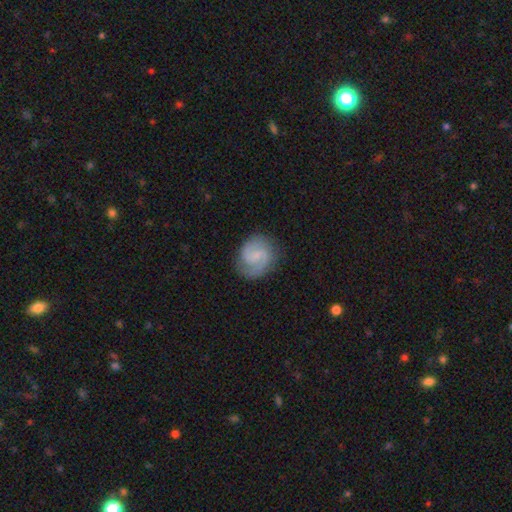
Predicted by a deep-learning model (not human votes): This is likely a featured or disk galaxy (78%). It is clearly not viewed edge-on (98%). Bar: possibly weak (57%). Spiral arm pattern: clearly yes (96%). Spiral arm count: clearly 2 (90%). Spiral winding: possibly medium (54%). Central bulge: likely small (61%). Merging: clearly none (82%).